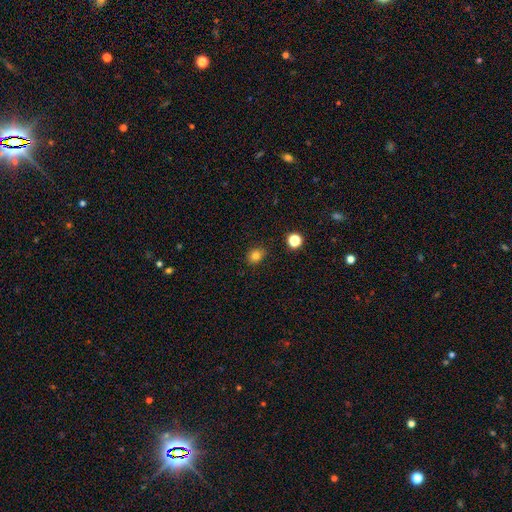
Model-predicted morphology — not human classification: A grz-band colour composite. It shows a smooth galaxy with no disk features (81%) that is round (54%). Merging: none (86%).